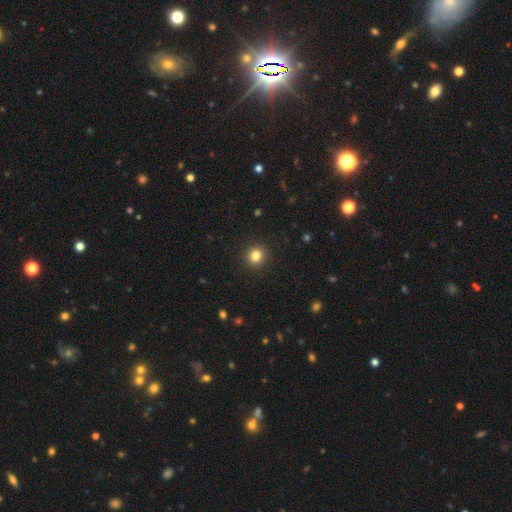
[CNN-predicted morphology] Q: Smooth or featured?
A: smooth (82%); runner-up: star or artifact (12%)
Q: How rounded?
A: round (89%); runner-up: in between (10%)
Q: Merging?
A: none (92%); runner-up: minor disturbance (5%)